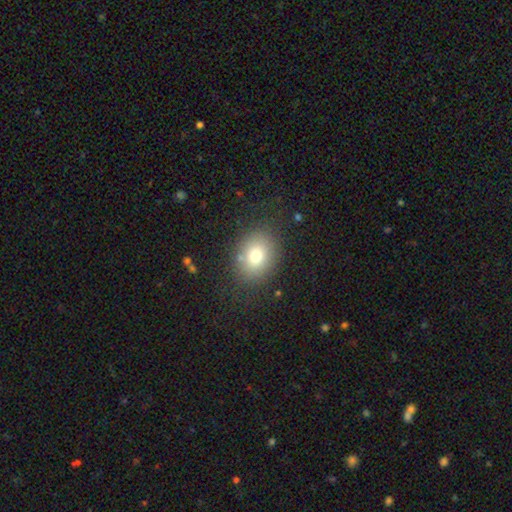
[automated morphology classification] Overall: smooth (74%). How rounded: round (56%; in between 43%). Merging: none (82%).